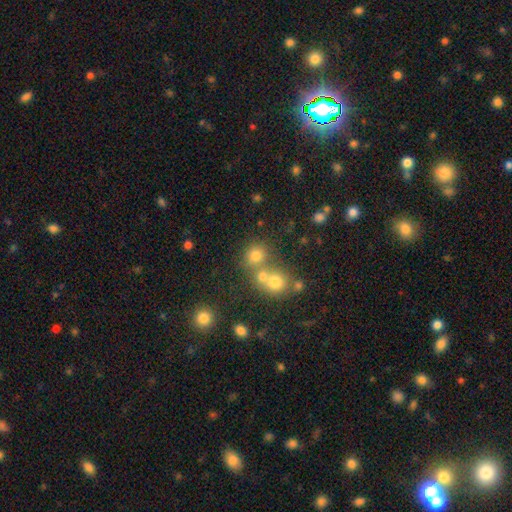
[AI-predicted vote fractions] This is likely a smooth galaxy (73%). How rounded: clearly round (83%). Merging: possibly none (53%).